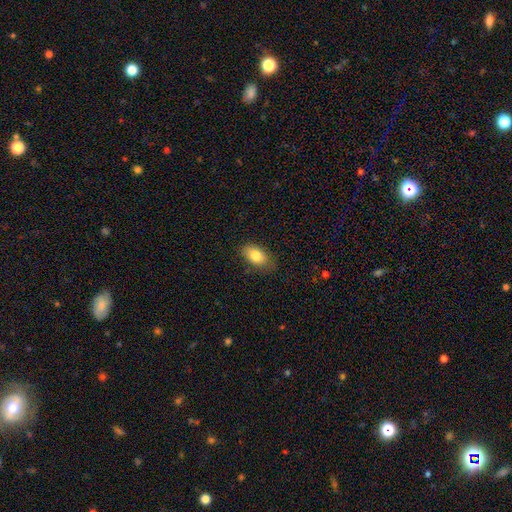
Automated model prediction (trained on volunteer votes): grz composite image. It shows a smooth galaxy with no disk features (82%) that is in between round and cigar-shaped (90%). Merging: none (80%).